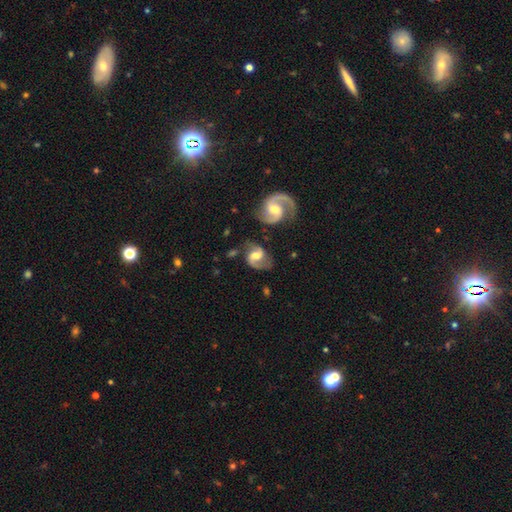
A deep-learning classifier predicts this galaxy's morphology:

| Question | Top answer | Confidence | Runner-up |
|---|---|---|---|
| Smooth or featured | featured or disk | 85% | smooth (10%) |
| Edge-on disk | no | 97% | yes (3%) |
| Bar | weak | 53% | no (28%) |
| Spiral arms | yes | 96% | no (4%) |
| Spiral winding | medium | 52% | loose (36%) |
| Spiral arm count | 2 | 92% | can't tell (3%) |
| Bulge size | moderate | 62% | small (21%) |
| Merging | none | 70% | minor disturbance (16%) |